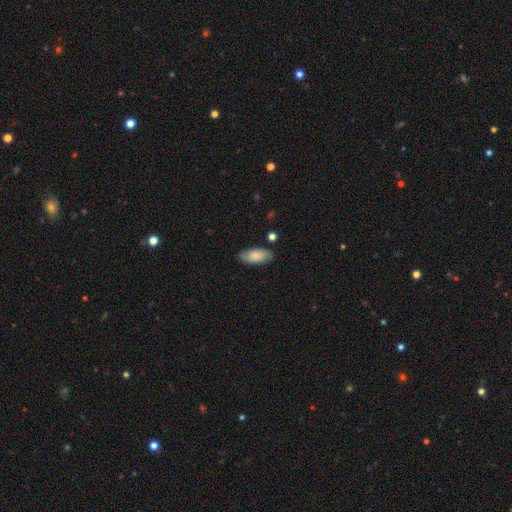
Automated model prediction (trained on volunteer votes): Smooth or featured? Predicted: smooth (p=0.79). How rounded? Predicted: in between (p=0.90). Merging? Predicted: none (p=0.82).